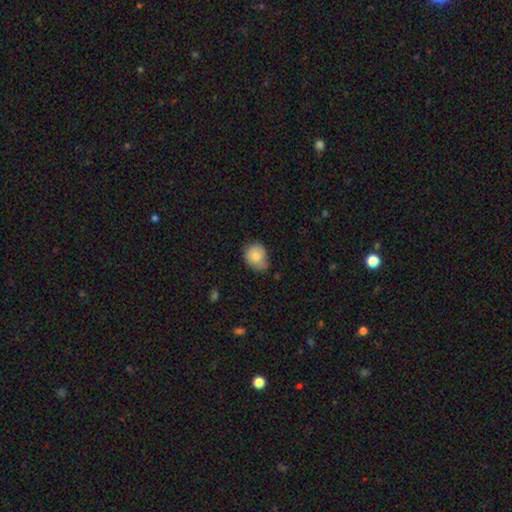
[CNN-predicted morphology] This is likely a smooth galaxy (78%). How rounded: possibly round (58%). Merging: possibly none (48%).